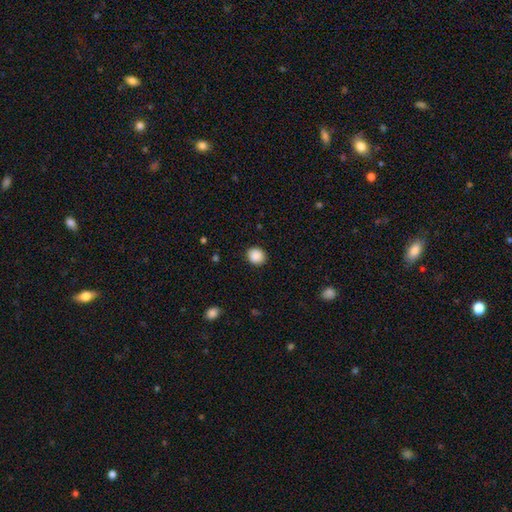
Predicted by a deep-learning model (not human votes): smooth_or_featured: smooth (p=0.89) [alt: star or artifact p=0.09]
how_rounded: round (p=0.78) [alt: in between p=0.21]
merging: none (p=0.90) [alt: minor disturbance p=0.07]